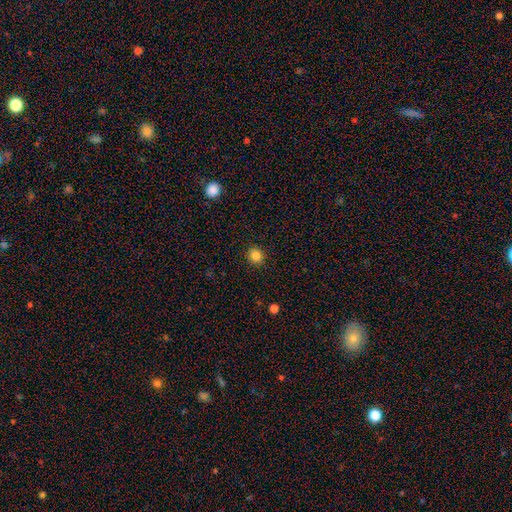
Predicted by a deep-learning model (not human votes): Smooth or featured? Predicted: smooth (p=0.84). How rounded? Predicted: round (p=0.88). Merging? Predicted: none (p=0.92).